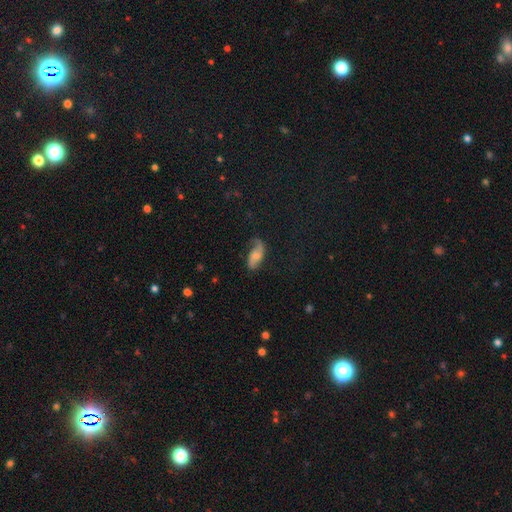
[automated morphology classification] A featured or disk galaxy (66%) with no bar (61%), 2 (82%) loose (64%) spiral arms (92%) and a moderate central bulge (43%).

Vote fractions:
- Smooth or featured? featured or disk: 66% / smooth: 26% / star or artifact: 8%
- Edge-on disk? no: 94% / yes: 6%
- Bar? no: 61% / weak: 30% / strong: 8%
- Spiral arms? yes: 92% / no: 8%
- Spiral winding? loose: 64% / medium: 26% / tight: 10%
- Spiral arm count? 2: 82% / 1: 10% / can't tell: 5% / 3: 1% / 4: 1% / more than 4: 1%
- Bulge size? moderate: 43% / small: 42% / none: 9% / large: 5% / dominant: 2%
- Merging? none: 62% / minor disturbance: 23% / major disturbance: 13% / merger: 2%